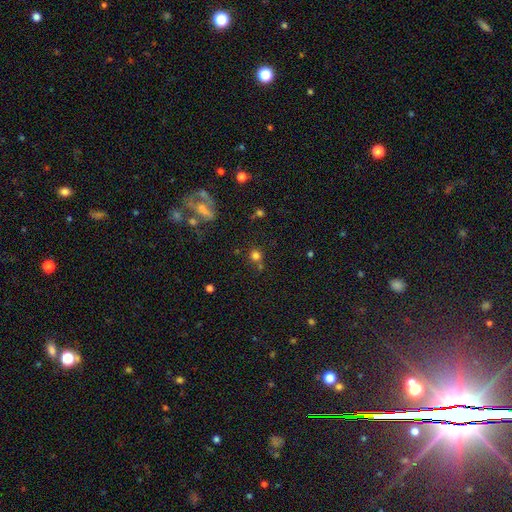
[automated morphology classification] Smooth or featured? smooth (72%)
How rounded? round (91%)
Merging? none (69%)